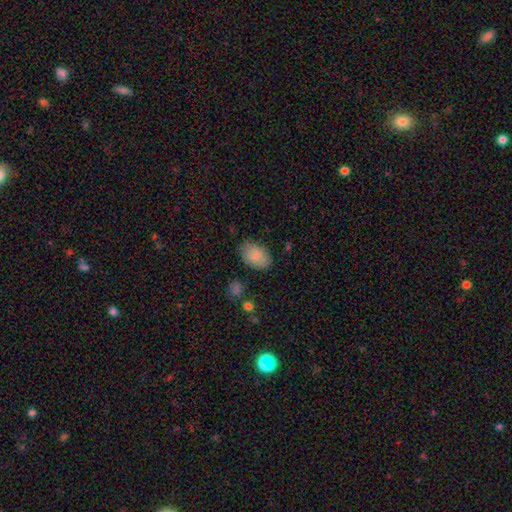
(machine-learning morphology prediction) A smooth galaxy with no disk features (79%) that is in between round and cigar-shaped (91%).

Vote fractions:
- Smooth or featured? smooth: 79% / featured or disk: 14% / star or artifact: 7%
- How rounded? in between: 91% / round: 8% / cigar-shaped: 1%
- Merging? none: 80% / minor disturbance: 15% / major disturbance: 3% / merger: 2%